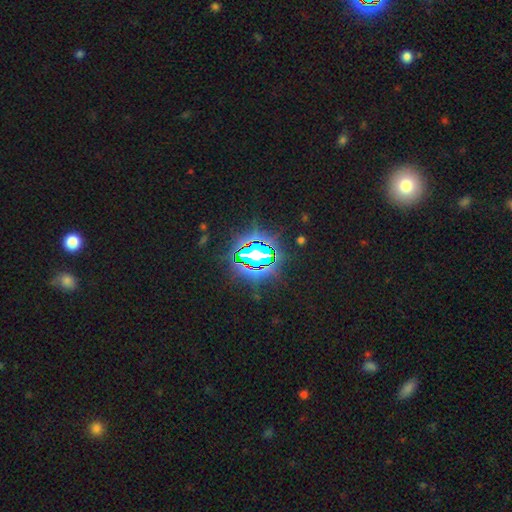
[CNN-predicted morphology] type=star or artifact (80%).